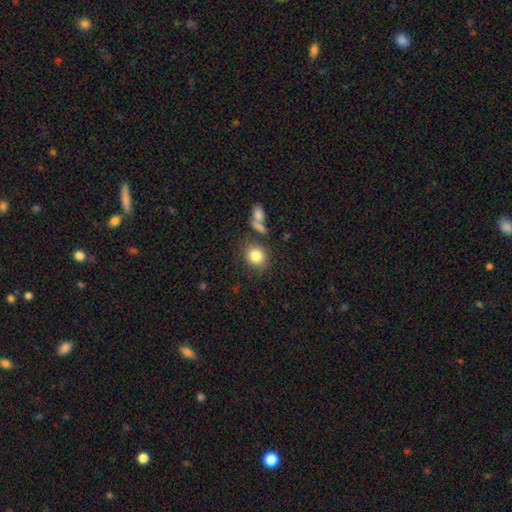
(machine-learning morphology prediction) A smooth galaxy with no disk features (84%) that is round (74%). Merging: none (75%).